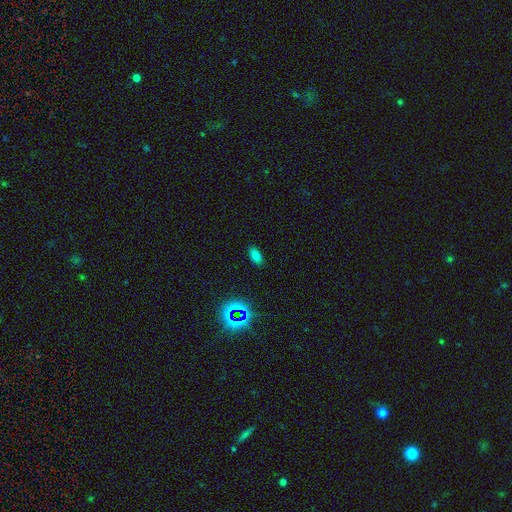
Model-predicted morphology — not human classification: smooth 73%, star or artifact 20%, featured or disk 7%. Down the decision tree: how rounded — in between (89%); merging — none (87%).